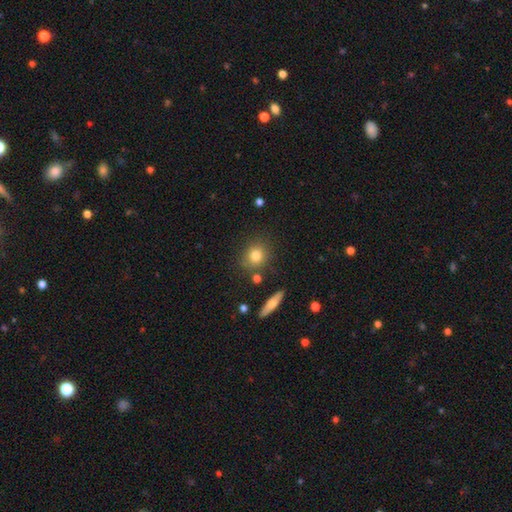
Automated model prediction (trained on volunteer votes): Smooth or featured: smooth — 79% (featured or disk — 10%)
How rounded: round — 79% (in between — 19%)
Merging: none — 80% (minor disturbance — 11%)